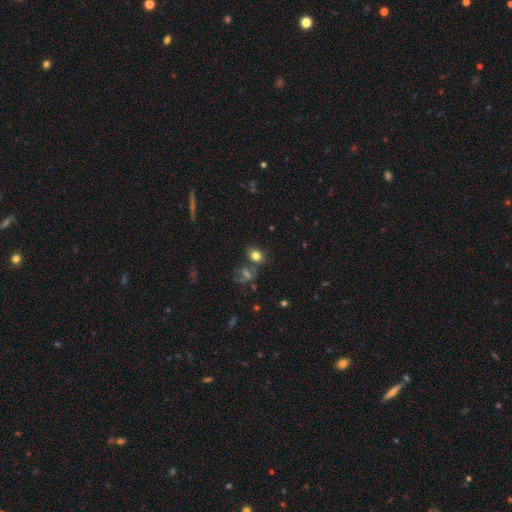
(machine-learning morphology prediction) smooth_or_featured: smooth (p=0.75) [alt: star or artifact p=0.15]
how_rounded: round (p=0.55) [alt: in between p=0.44]
merging: none (p=0.66) [alt: merger p=0.15]